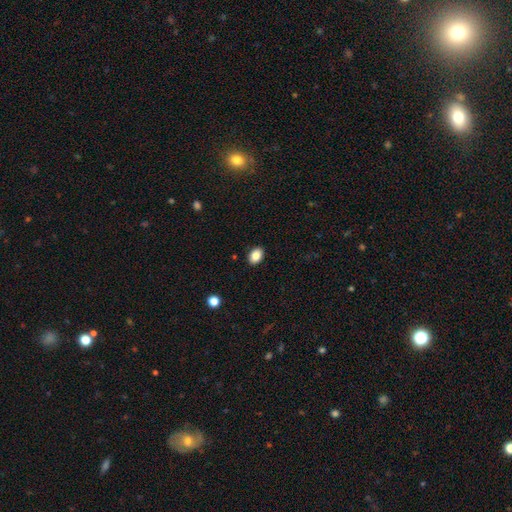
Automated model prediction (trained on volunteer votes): A smooth galaxy with no disk features (85%) that is in between round and cigar-shaped (79%). Merging: none (89%).